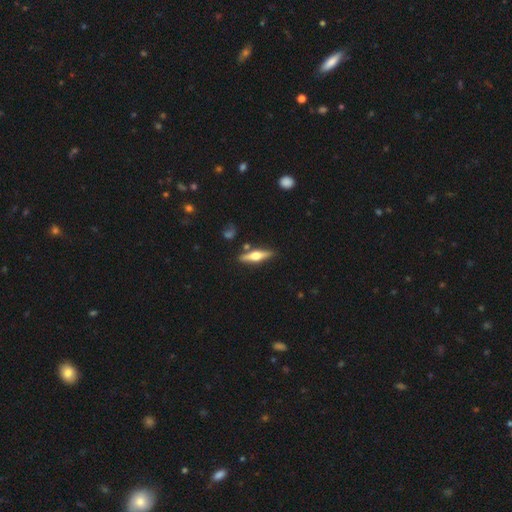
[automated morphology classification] Q: Smooth or featured?
A: featured or disk (61%); runner-up: smooth (34%)
Q: Edge-on disk?
A: yes (95%); runner-up: no (5%)
Q: Edge-on bulge?
A: rounded (94%); runner-up: boxy (4%)
Q: Merging?
A: none (83%); runner-up: minor disturbance (10%)